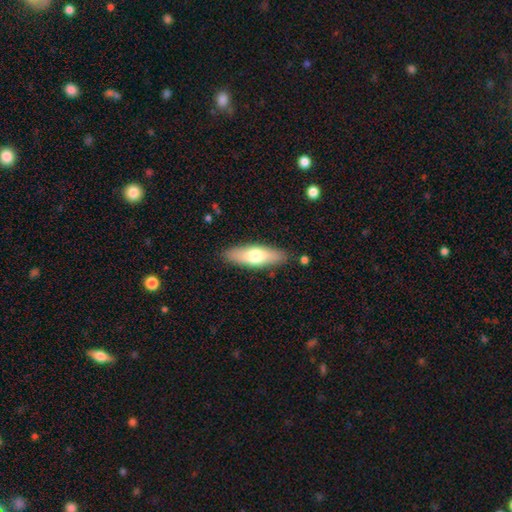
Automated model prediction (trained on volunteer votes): Smooth or featured? smooth (65%)
How rounded? in between (53%)
Merging? none (86%)